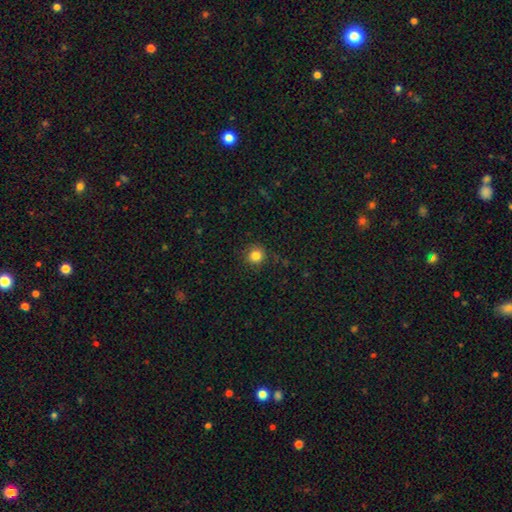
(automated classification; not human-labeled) Q: Smooth or featured?
A: smooth (83%); runner-up: star or artifact (12%)
Q: How rounded?
A: round (92%); runner-up: in between (7%)
Q: Merging?
A: none (88%); runner-up: minor disturbance (8%)